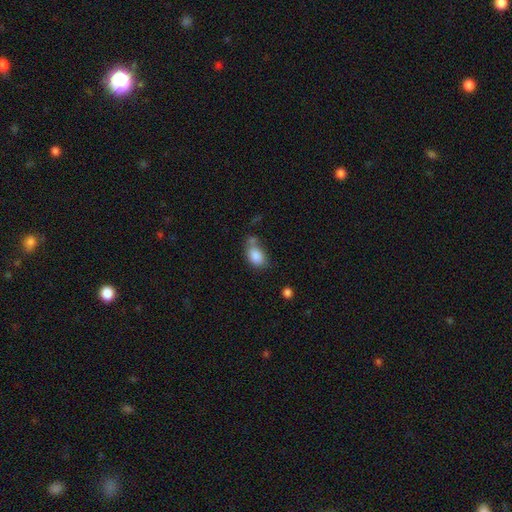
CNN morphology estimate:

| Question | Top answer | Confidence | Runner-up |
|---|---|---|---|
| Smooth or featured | smooth | 85% | star or artifact (8%) |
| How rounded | in between | 85% | round (14%) |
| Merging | none | 49% | minor disturbance (22%) |